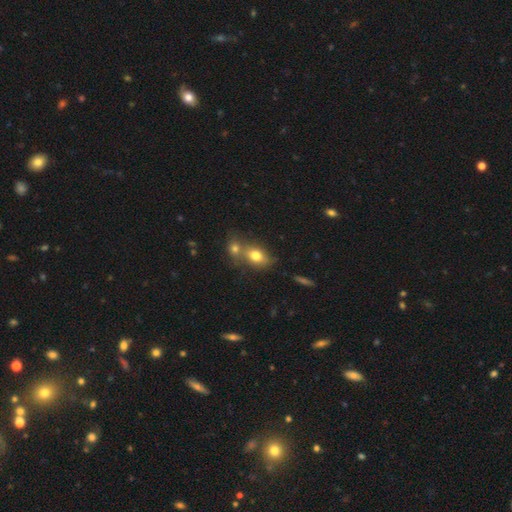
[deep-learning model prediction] smooth 77%, featured or disk 12%, star or artifact 10%. Down the decision tree: how rounded — in between (72%); merging — merger (47%).